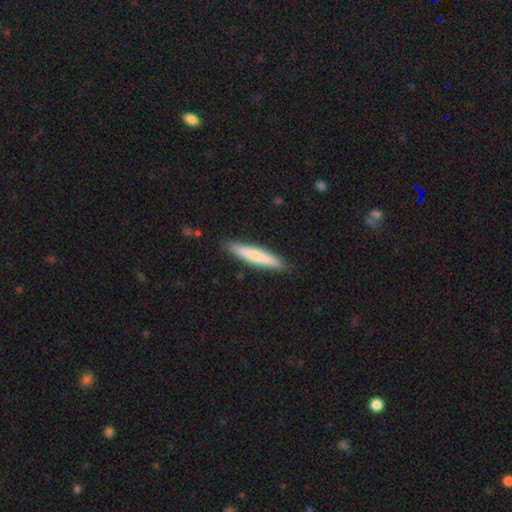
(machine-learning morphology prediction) smooth_or_featured: smooth (p=0.68) [alt: featured or disk p=0.27]
how_rounded: cigar-shaped (p=0.92) [alt: in between p=0.07]
merging: none (p=0.89) [alt: minor disturbance p=0.08]